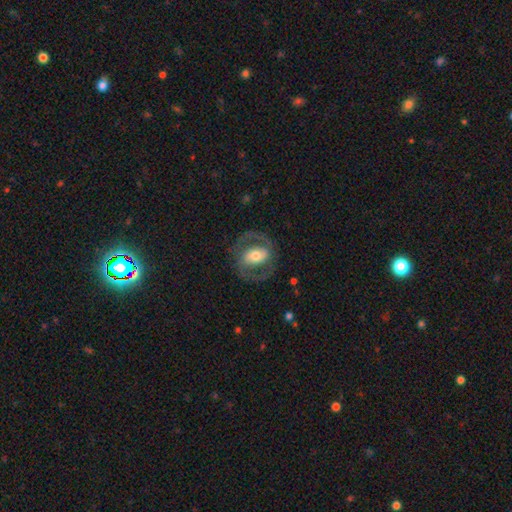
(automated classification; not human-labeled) Morphology: type=featured or disk (72%); edge-on=no (96%); bar=strong (34%); spiral arms=yes (72%); bulge=moderate (58%); merging=none (75%).